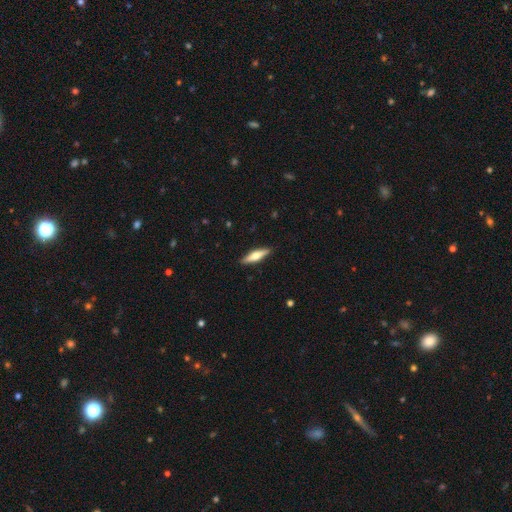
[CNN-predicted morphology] Overall: featured or disk (51%; smooth 44%). Edge-on disk: yes (94%). Merging: none (90%).